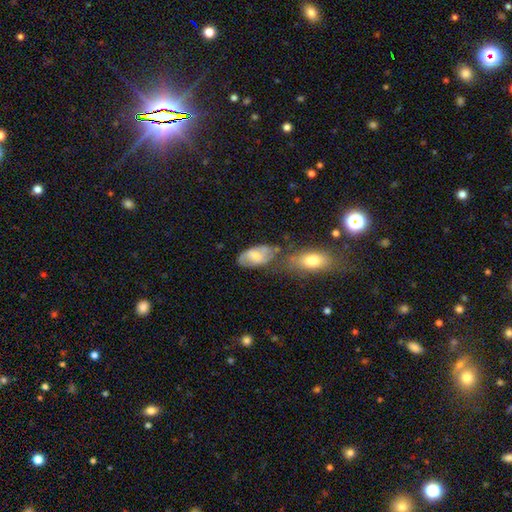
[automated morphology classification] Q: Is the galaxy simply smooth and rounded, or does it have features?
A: smooth — 48%.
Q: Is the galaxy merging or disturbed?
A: none — 48%.